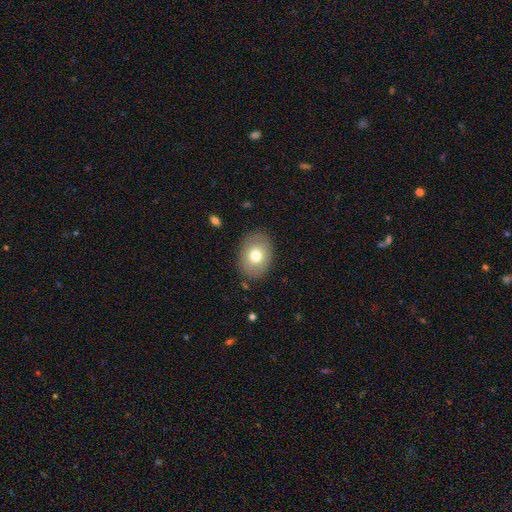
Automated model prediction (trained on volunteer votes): Q: Smooth or featured?
A: smooth (73%); runner-up: featured or disk (20%)
Q: How rounded?
A: in between (72%); runner-up: round (27%)
Q: Merging?
A: none (86%); runner-up: minor disturbance (10%)